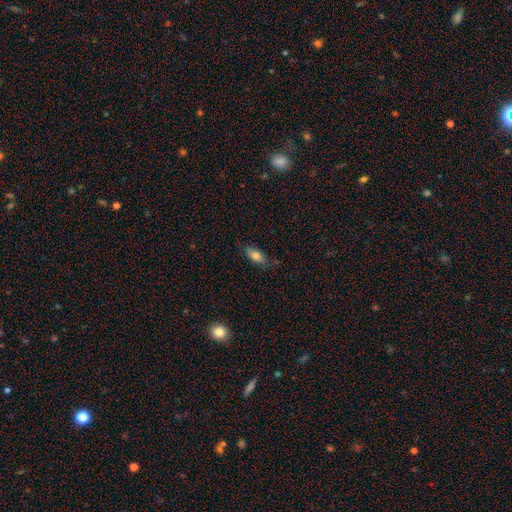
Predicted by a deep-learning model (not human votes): This is likely a smooth galaxy (78%). How rounded: clearly in between (81%). Merging: likely none (76%).